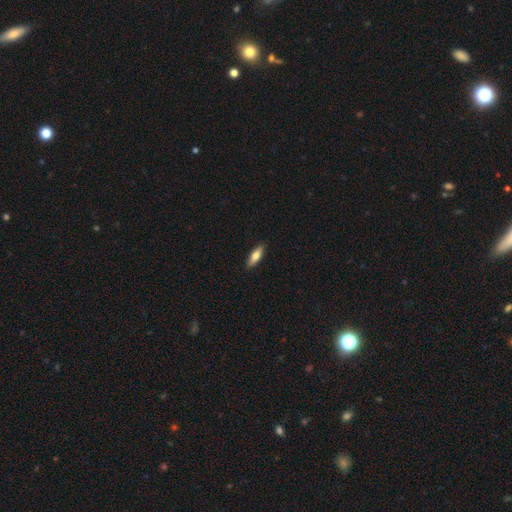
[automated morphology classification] The model was most divided on "how rounded": in between: 53%, cigar-shaped: 44%, round: 2%. More confident: merging — none (89%); smooth or featured — smooth (73%).